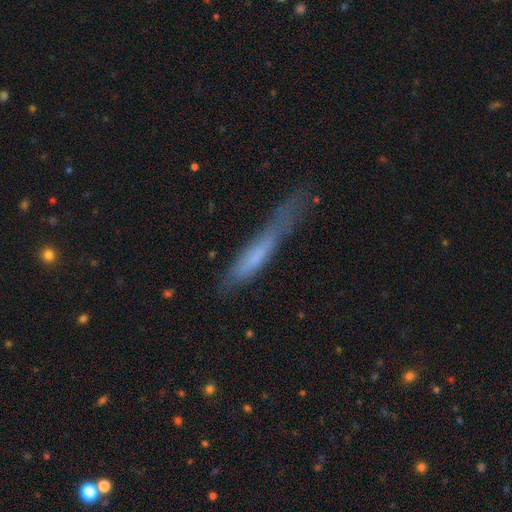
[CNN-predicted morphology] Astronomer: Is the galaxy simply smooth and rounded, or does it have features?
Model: smooth — 56% (runner-up: featured or disk, 35%).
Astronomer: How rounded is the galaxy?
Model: cigar-shaped — 92%.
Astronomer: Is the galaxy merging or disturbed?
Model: none — 52% (runner-up: minor disturbance, 29%).